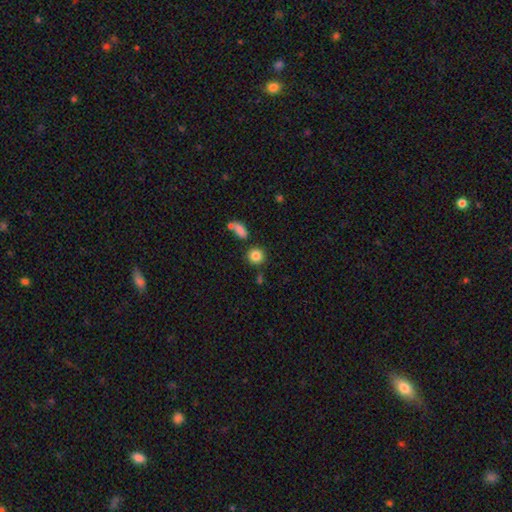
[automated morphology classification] Smooth or featured? Predicted: smooth (p=0.84). How rounded? Predicted: round (p=0.88). Merging? Predicted: none (p=0.80).